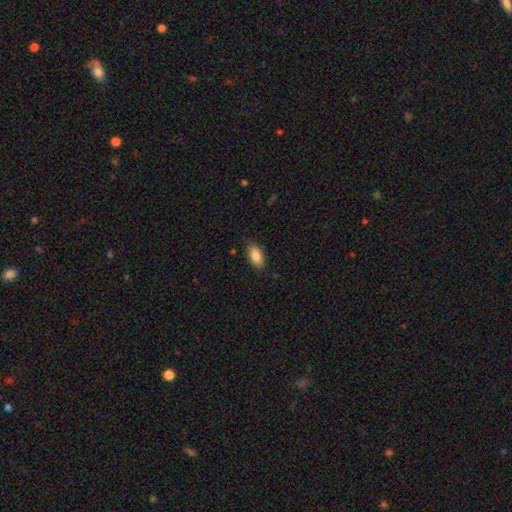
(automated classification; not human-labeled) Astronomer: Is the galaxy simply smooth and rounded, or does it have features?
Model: smooth — 85%.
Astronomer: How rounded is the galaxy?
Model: in between — 92%.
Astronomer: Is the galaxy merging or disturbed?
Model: none — 81%.